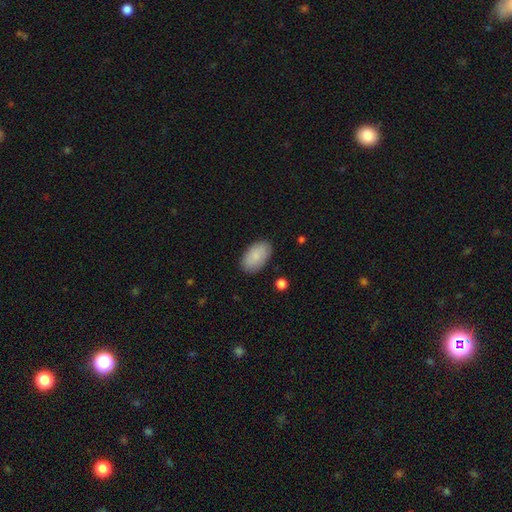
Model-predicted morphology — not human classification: A smooth galaxy with no disk features (86%) that is in between round and cigar-shaped (95%). Merging: none (86%).